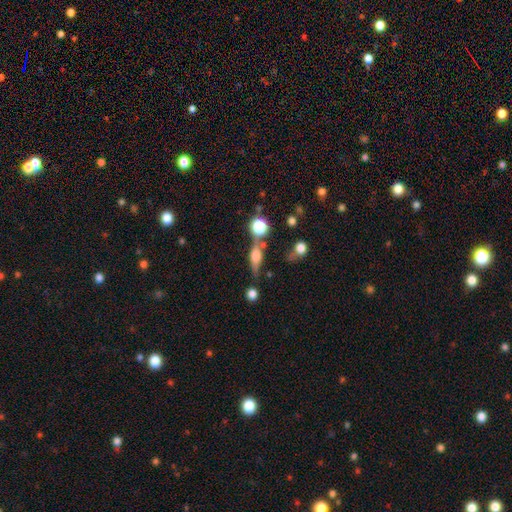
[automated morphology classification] Smooth or featured: featured or disk — 58% (smooth — 32%)
Edge-on disk: yes — 91% (no — 9%)
Edge-on bulge: rounded — 87% (boxy — 10%)
Merging: none — 68% (minor disturbance — 14%)